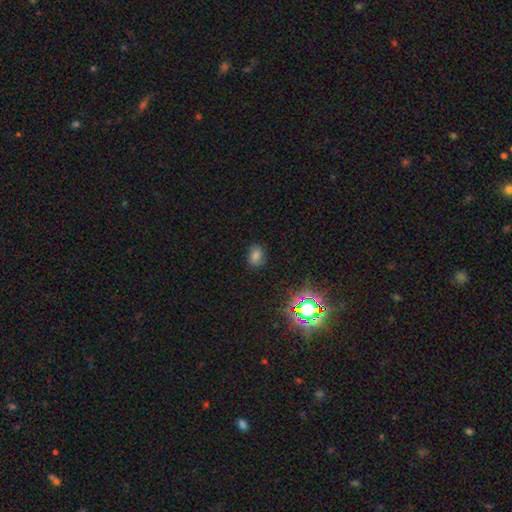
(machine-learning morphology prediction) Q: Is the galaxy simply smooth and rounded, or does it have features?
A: smooth — 68%.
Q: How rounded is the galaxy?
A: in between — 62%.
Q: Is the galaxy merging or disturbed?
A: none — 78%.